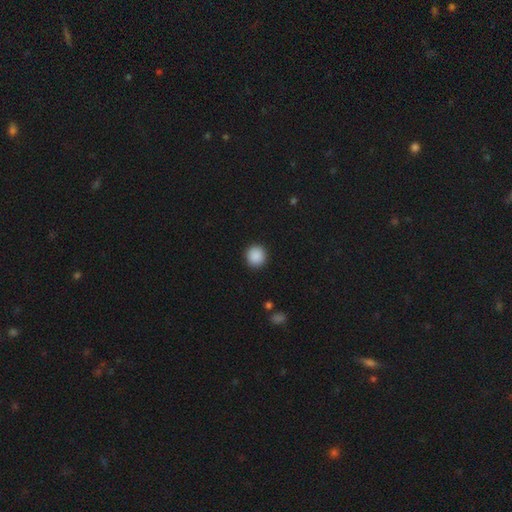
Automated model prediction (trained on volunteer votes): Morphology: type=smooth (89%); roundness=round (93%); merging=none (92%).